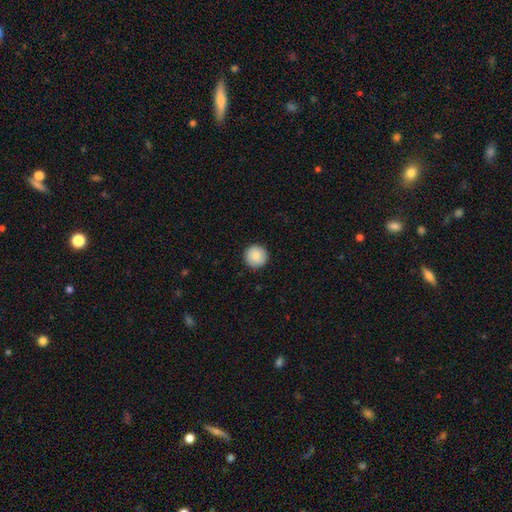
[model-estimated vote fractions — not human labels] smooth 87%, star or artifact 7%, featured or disk 6%. Down the decision tree: how rounded — round (96%); merging — none (92%).